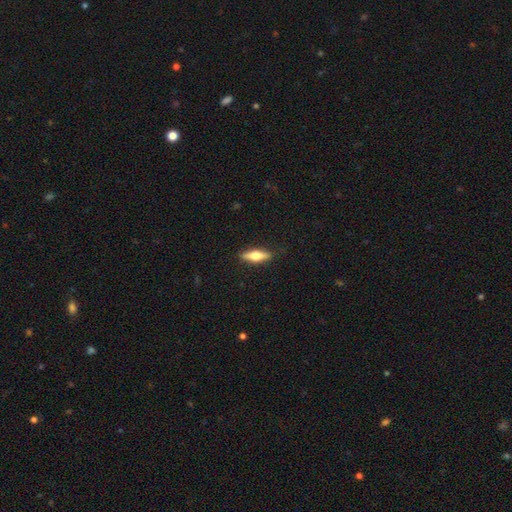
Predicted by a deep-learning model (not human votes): smooth 49%, featured or disk 46%, star or artifact 6%. Down the decision tree: merging — none (88%).